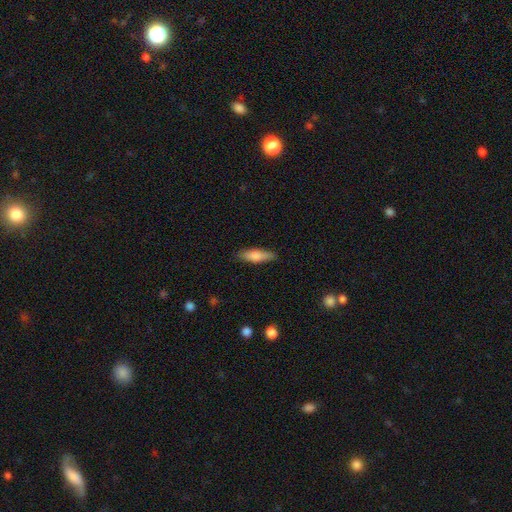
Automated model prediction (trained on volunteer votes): A smooth galaxy with no disk features (79%) that is cigar-shaped (56%).

Vote fractions:
- Smooth or featured? smooth: 79% / featured or disk: 15% / star or artifact: 6%
- How rounded? cigar-shaped: 56% / in between: 42% / round: 2%
- Merging? none: 85% / minor disturbance: 12% / major disturbance: 2% / merger: 1%